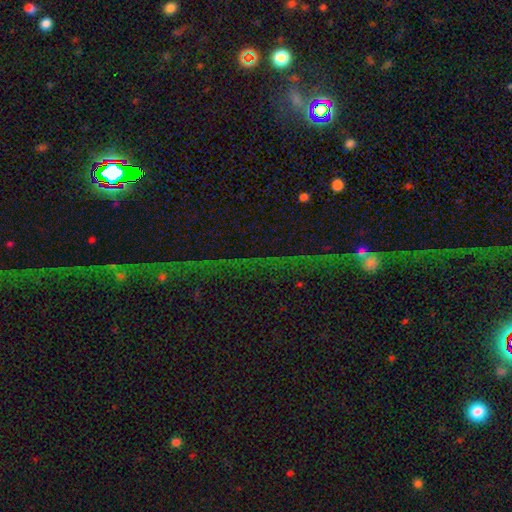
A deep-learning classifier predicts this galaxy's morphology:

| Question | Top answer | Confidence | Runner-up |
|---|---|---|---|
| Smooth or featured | star or artifact | 72% | featured or disk (16%) |